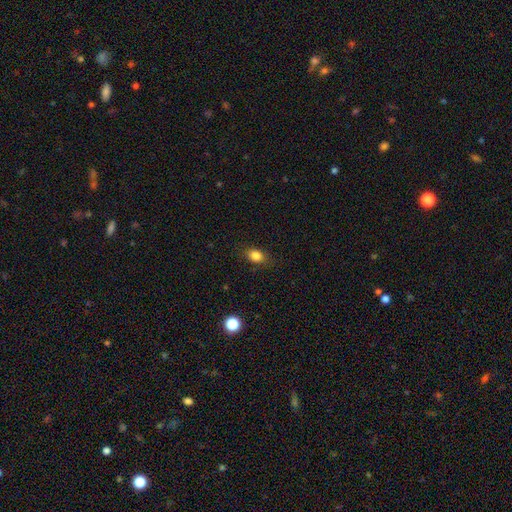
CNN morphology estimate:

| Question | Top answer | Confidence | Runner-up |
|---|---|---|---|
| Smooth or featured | smooth | 84% | star or artifact (10%) |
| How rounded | in between | 72% | round (26%) |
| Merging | none | 81% | minor disturbance (14%) |